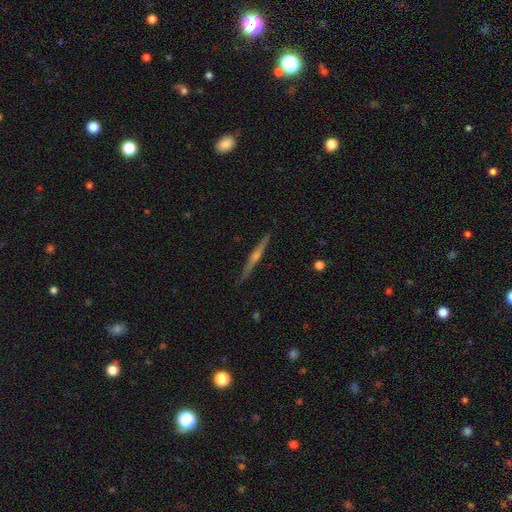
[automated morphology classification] smooth-or-featured: featured or disk: 70% | smooth: 20% | star or artifact: 10%
  disk-edge-on: yes: 96% | no: 4%
    edge-on-bulge: rounded: 80% | none: 13% | boxy: 7%
  merging: none: 89% | minor disturbance: 8% | major disturbance: 2% | merger: 2%